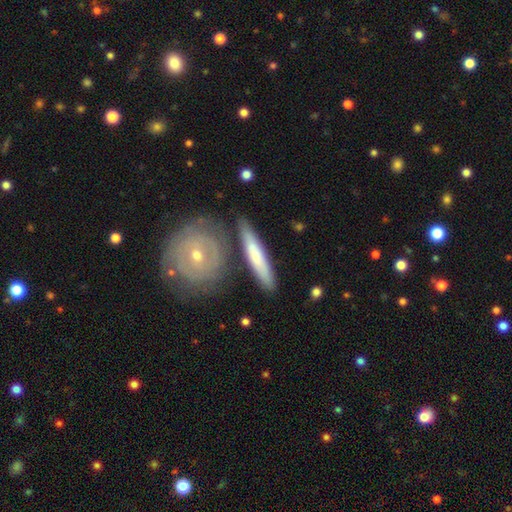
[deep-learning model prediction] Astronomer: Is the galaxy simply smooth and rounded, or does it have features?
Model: smooth — 53% (runner-up: featured or disk, 41%).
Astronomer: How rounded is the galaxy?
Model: cigar-shaped — 82%.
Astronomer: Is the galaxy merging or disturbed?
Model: none — 76%.